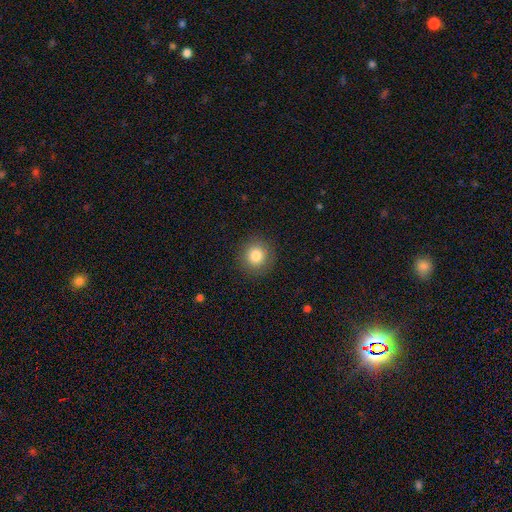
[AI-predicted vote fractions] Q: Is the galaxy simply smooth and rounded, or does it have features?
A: smooth — 82%.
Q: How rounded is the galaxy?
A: round — 92%.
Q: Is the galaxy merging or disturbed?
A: none — 89%.